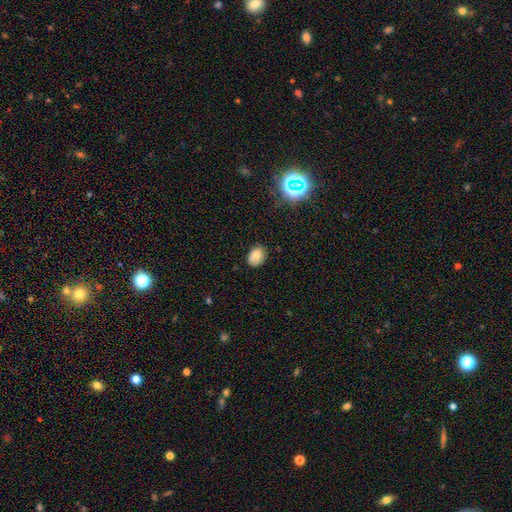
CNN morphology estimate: type=smooth (80%); roundness=in between (72%); merging=none (75%).